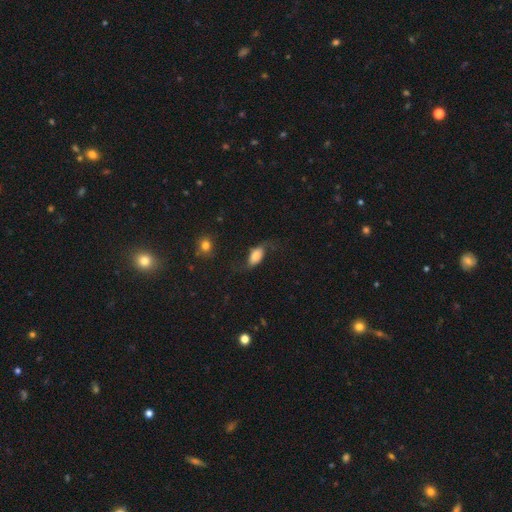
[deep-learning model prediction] The model was most divided on "merging": none: 51%, minor disturbance: 23%, major disturbance: 23%, merger: 3%. More confident: how rounded — in between (88%); smooth or featured — smooth (61%).